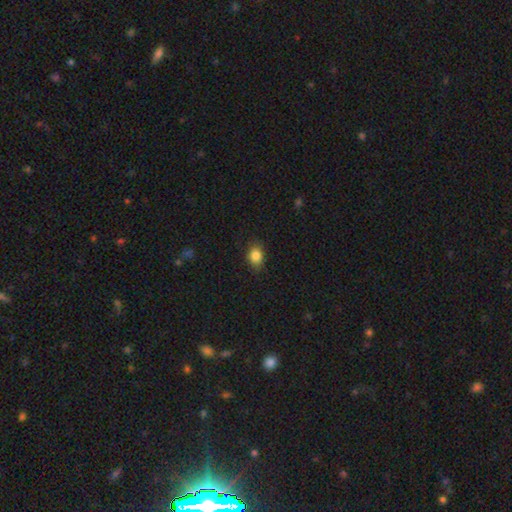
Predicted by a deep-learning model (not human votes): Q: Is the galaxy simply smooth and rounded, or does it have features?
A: smooth — 85%.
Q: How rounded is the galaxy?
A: in between — 62%.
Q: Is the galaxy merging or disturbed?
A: none — 82%.